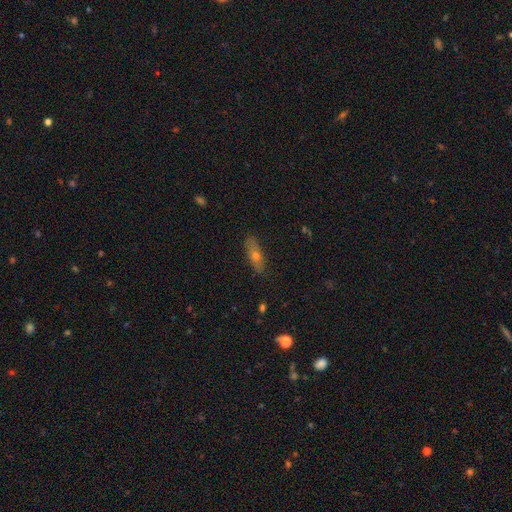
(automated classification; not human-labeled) This appears to be a smooth galaxy with no disk features (53%) that is cigar-shaped (50%). Merging: none (84%).